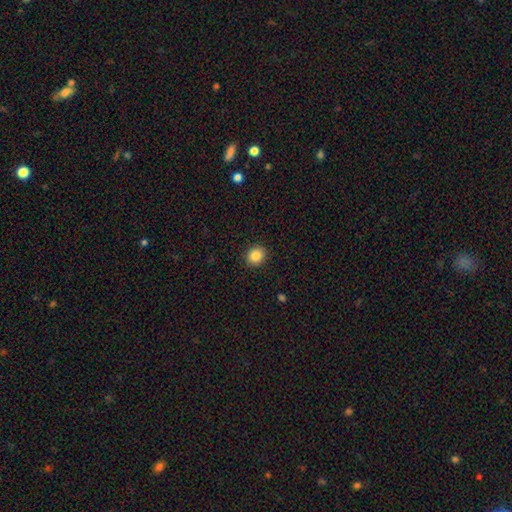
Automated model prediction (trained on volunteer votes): smooth 85%, star or artifact 9%, featured or disk 5%. Down the decision tree: how rounded — round (77%); merging — none (91%).